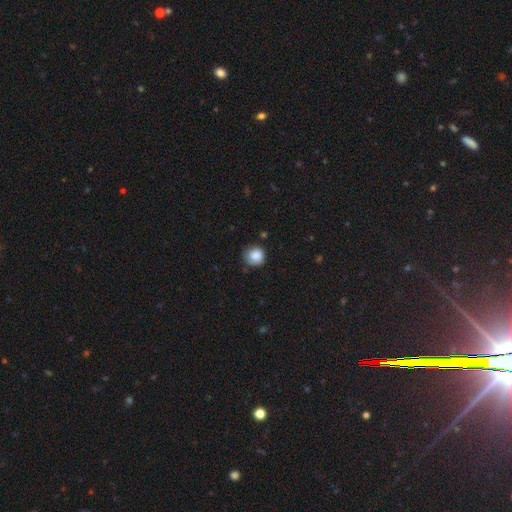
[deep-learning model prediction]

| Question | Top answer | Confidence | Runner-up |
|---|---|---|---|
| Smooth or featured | smooth | 85% | star or artifact (9%) |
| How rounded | round | 88% | in between (11%) |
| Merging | none | 72% | minor disturbance (21%) |